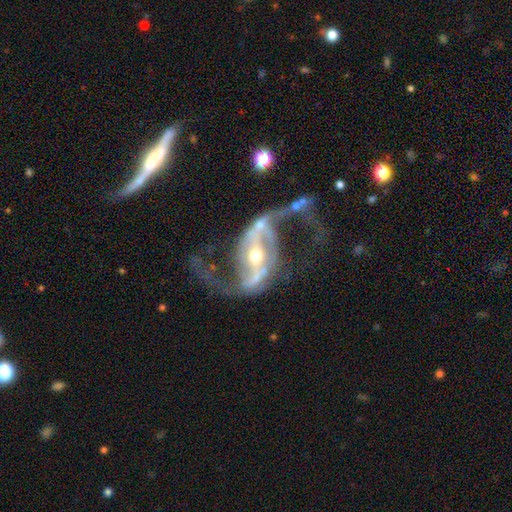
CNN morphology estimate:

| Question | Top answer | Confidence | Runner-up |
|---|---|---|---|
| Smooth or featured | featured or disk | 92% | star or artifact (5%) |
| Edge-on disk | no | 96% | yes (4%) |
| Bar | strong | 59% | weak (26%) |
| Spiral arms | yes | 96% | no (4%) |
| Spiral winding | loose | 62% | medium (32%) |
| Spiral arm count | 2 | 93% | can't tell (2%) |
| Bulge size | small | 49% | moderate (46%) |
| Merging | none | 57% | major disturbance (20%) |